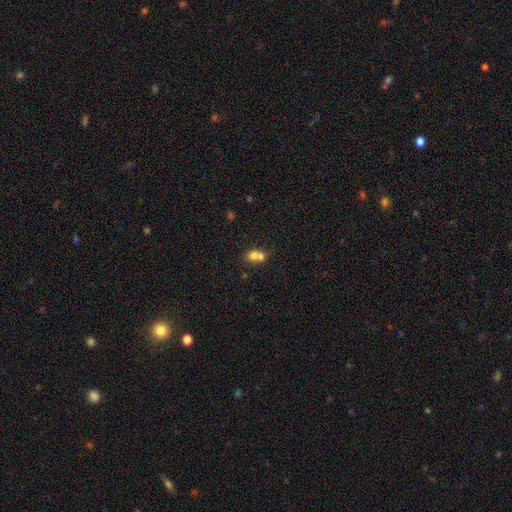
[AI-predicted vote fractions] Q: Smooth or featured?
A: smooth (71%); runner-up: featured or disk (17%)
Q: How rounded?
A: round (58%); runner-up: in between (40%)
Q: Merging?
A: merger (65%); runner-up: none (25%)